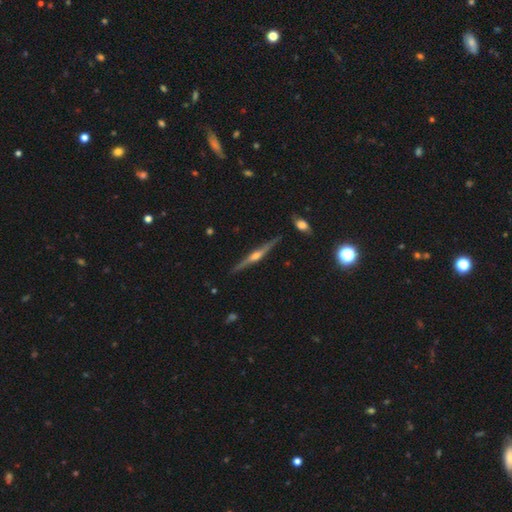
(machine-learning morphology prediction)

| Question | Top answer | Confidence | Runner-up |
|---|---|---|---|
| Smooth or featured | featured or disk | 82% | smooth (12%) |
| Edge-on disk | yes | 98% | no (2%) |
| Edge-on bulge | rounded | 92% | boxy (4%) |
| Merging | none | 88% | minor disturbance (8%) |